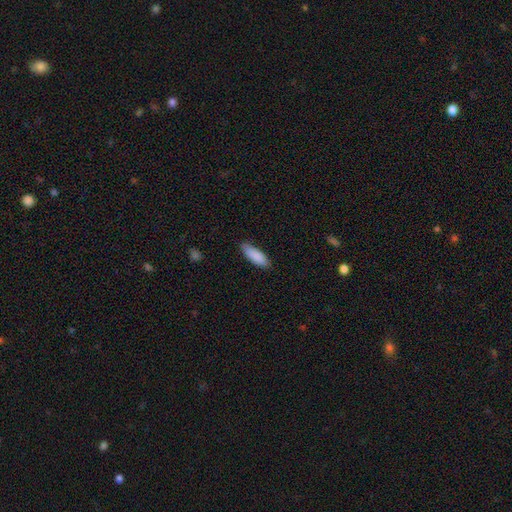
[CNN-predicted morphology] Smooth or featured? Predicted: smooth (p=0.89). How rounded? Predicted: in between (p=0.58). Merging? Predicted: none (p=0.83).